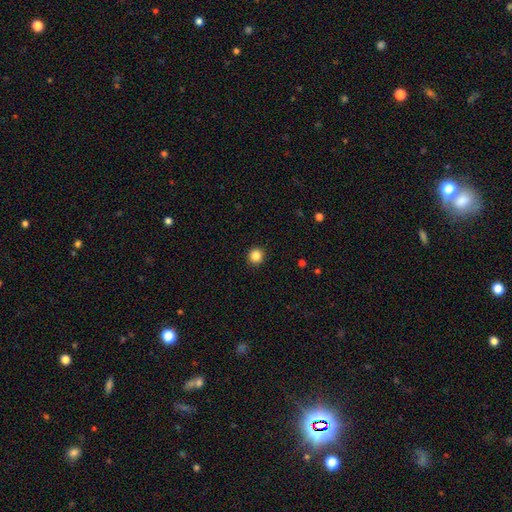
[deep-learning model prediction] Smooth or featured: smooth — 86% (star or artifact — 11%)
How rounded: round — 94% (in between — 5%)
Merging: none — 93% (minor disturbance — 5%)